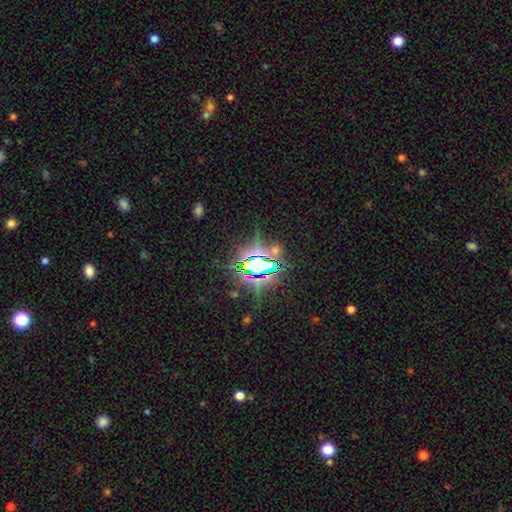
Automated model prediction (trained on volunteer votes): smooth_or_featured: star or artifact (p=0.82) [alt: featured or disk p=0.09]